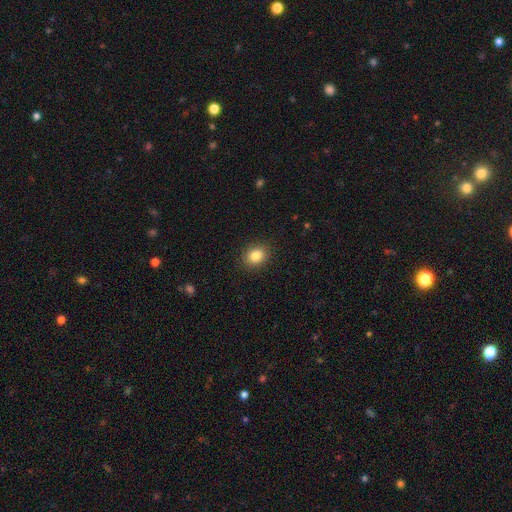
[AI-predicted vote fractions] Smooth or featured? smooth (85%)
How rounded? round (54%)
Merging? none (89%)